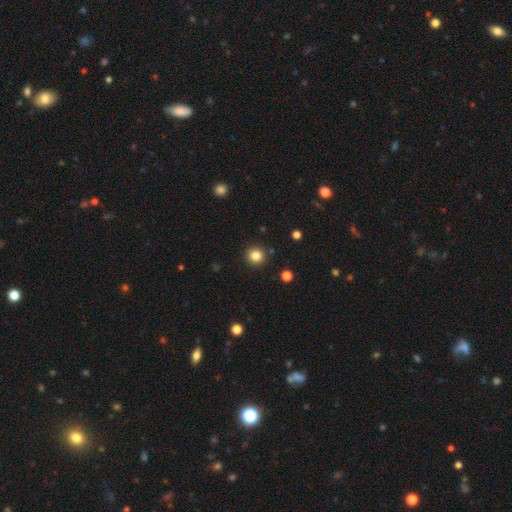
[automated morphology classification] This is clearly a smooth galaxy (84%). How rounded: clearly round (93%). Merging: clearly none (91%).